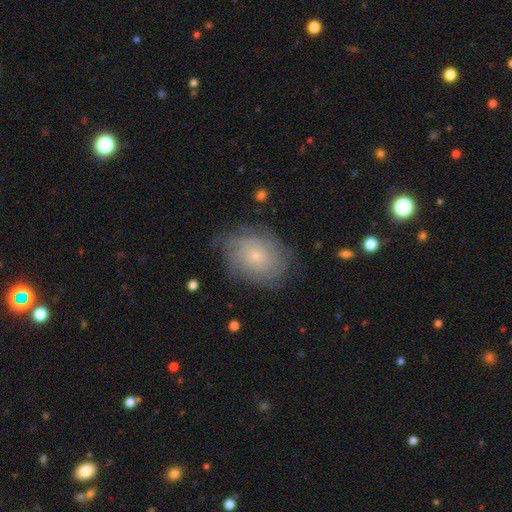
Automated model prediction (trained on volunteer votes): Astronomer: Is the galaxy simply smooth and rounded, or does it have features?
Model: featured or disk — 64%.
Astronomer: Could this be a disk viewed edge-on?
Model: no — 96%.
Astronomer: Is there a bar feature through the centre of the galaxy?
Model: no — 84%.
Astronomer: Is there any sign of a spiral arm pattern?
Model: yes — 87%.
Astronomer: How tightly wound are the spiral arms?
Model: tight — 71%.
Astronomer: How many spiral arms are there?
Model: can't tell — 52%.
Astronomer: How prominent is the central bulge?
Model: small — 81%.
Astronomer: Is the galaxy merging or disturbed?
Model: none — 74%.